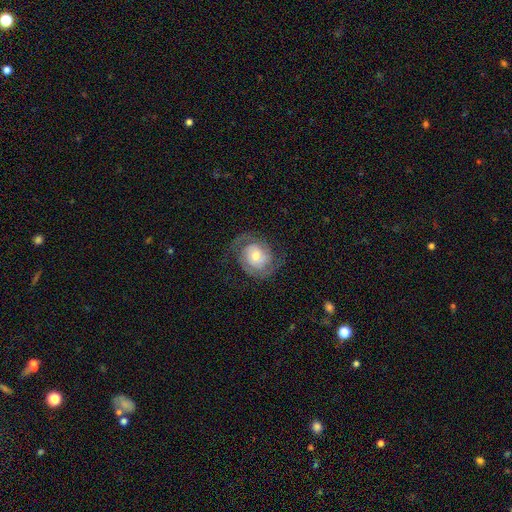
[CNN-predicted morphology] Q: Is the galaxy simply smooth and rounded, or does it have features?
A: featured or disk — 84%.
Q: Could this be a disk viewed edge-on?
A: no — 98%.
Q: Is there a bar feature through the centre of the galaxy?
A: no — 70%.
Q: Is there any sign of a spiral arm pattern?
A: yes — 96%.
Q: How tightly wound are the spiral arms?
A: tight — 50%.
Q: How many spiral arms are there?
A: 2 — 76%.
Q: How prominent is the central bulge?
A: moderate — 52%.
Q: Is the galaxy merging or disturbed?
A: none — 74%.